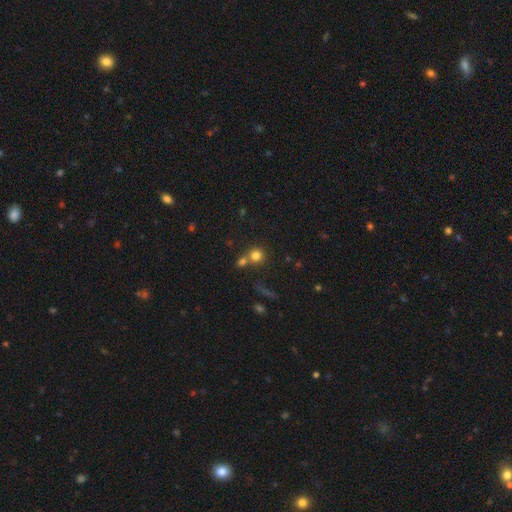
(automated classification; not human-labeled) Smooth or featured? Predicted: smooth (p=0.78). How rounded? Predicted: round (p=0.90). Merging? Predicted: none (p=0.55).